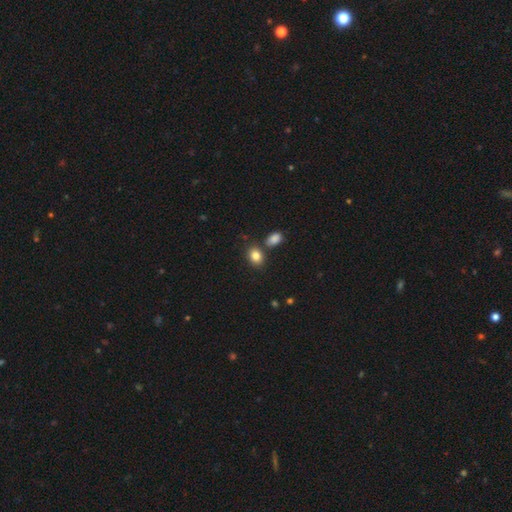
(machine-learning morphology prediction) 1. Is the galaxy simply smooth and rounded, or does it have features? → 84% smooth, 10% star or artifact, 6% featured or disk.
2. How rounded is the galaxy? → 60% in between, 39% round, 1% cigar-shaped.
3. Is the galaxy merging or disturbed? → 71% none, 15% merger, 11% minor disturbance, 3% major disturbance.